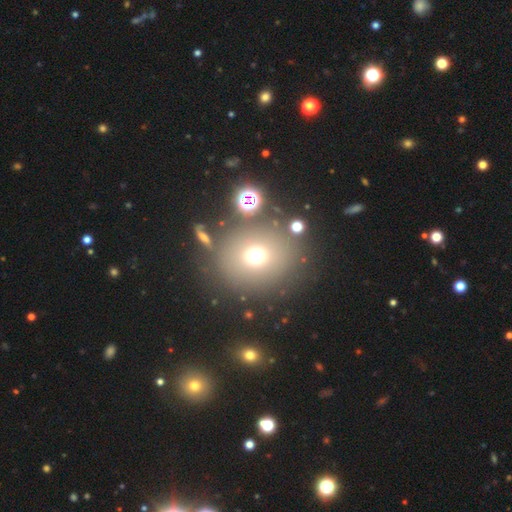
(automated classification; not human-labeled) A smooth galaxy with no disk features (66%) that is round (80%). Merging: none (74%).